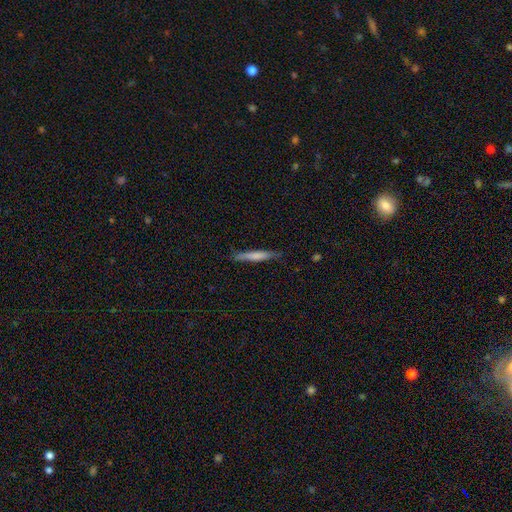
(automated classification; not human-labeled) Q: Smooth or featured?
A: smooth (68%); runner-up: featured or disk (27%)
Q: How rounded?
A: cigar-shaped (94%); runner-up: in between (5%)
Q: Merging?
A: none (81%); runner-up: minor disturbance (15%)